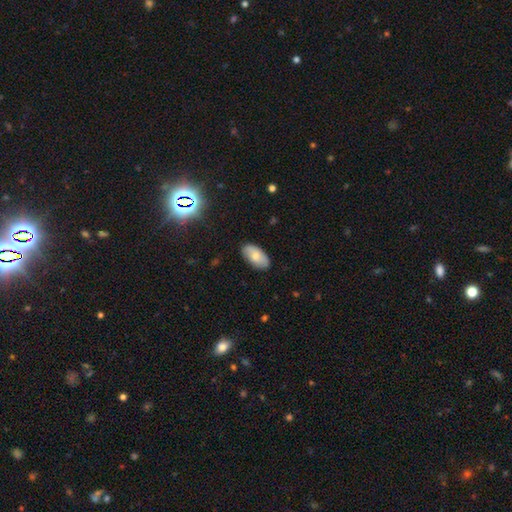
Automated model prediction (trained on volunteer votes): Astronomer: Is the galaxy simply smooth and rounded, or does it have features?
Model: smooth — 73%.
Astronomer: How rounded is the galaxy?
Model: in between — 94%.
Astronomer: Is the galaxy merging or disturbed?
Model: none — 82%.